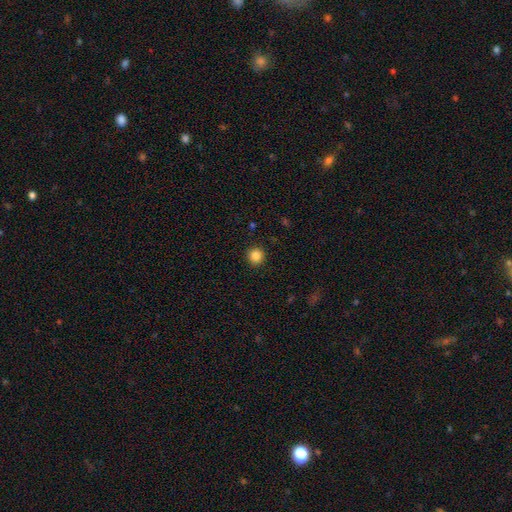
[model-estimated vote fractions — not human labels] smooth-or-featured: smooth: 86% | star or artifact: 10% | featured or disk: 3%
  how-rounded: round: 95% | in between: 5% | cigar-shaped: 1%
  merging: none: 92% | minor disturbance: 5% | major disturbance: 2% | merger: 1%